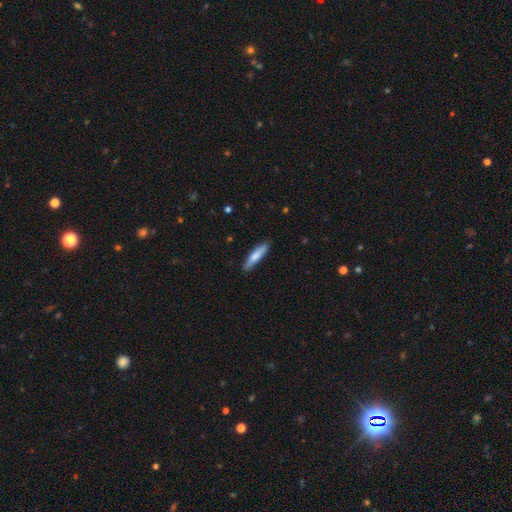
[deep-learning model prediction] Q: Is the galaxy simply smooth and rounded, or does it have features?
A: smooth — 76%.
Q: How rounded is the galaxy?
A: cigar-shaped — 80%.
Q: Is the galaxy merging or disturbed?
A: none — 86%.